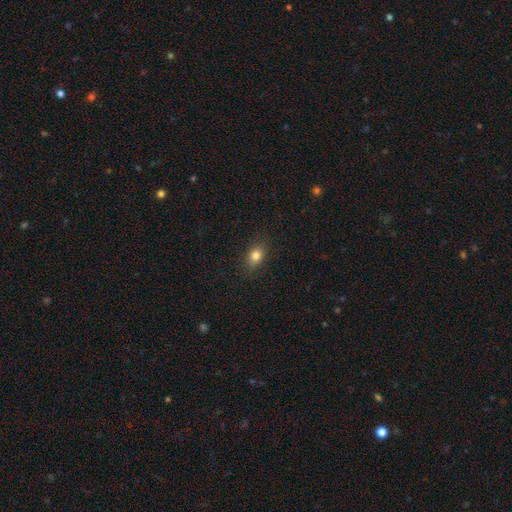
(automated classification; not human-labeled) Smooth or featured: smooth — 81% (star or artifact — 11%)
How rounded: in between — 66% (round — 31%)
Merging: none — 85% (minor disturbance — 11%)